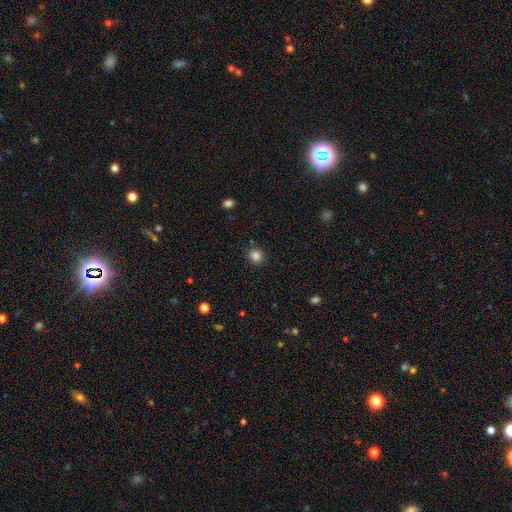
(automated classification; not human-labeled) Morphology: type=smooth (84%); roundness=round (87%); merging=none (88%).